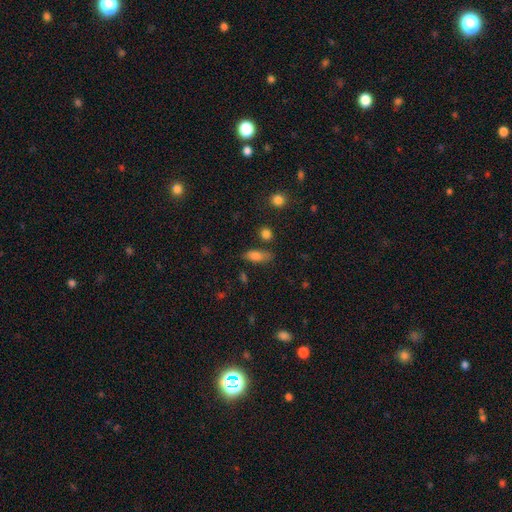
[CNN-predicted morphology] type=smooth (79%); roundness=in between (74%); merging=none (69%).